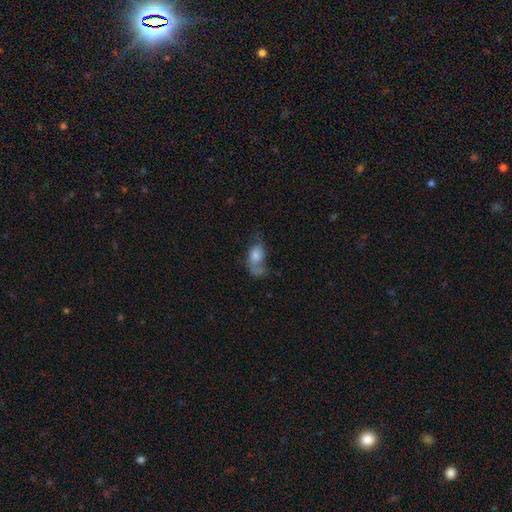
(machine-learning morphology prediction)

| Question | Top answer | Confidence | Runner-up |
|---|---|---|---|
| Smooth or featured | smooth | 50% | featured or disk (39%) |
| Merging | none | 34% | major disturbance (33%) |